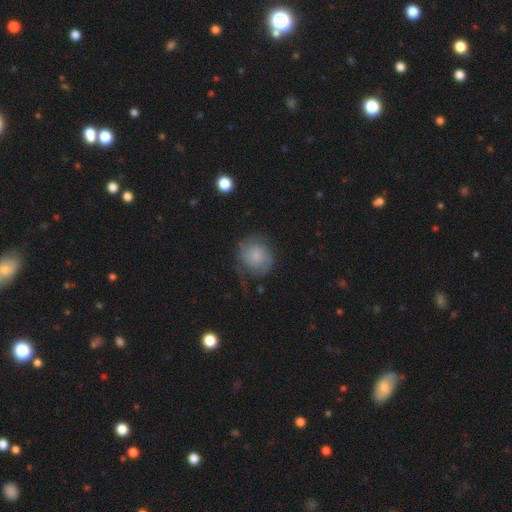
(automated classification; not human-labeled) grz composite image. It shows a smooth galaxy with no disk features (49%). Merging: none (56%).